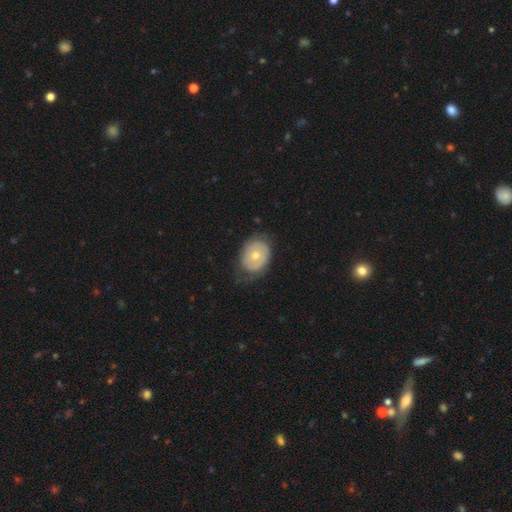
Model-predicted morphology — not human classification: Overall: featured or disk (49%; smooth 45%). Merging: none (60%; minor disturbance 27%).